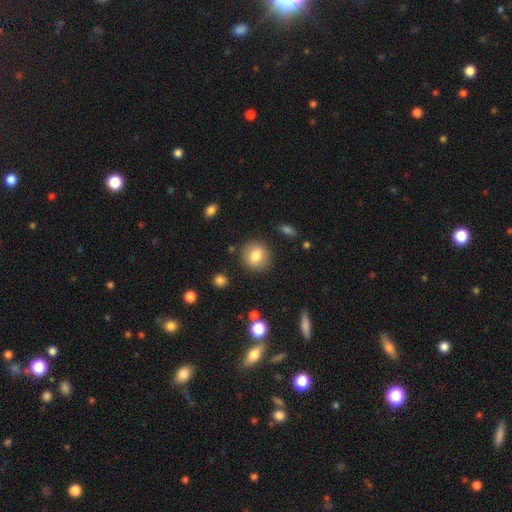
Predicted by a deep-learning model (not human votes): A smooth galaxy with no disk features (80%) that is round (78%).

Vote fractions:
- Smooth or featured? smooth: 80% / featured or disk: 11% / star or artifact: 9%
- How rounded? round: 78% / in between: 21% / cigar-shaped: 1%
- Merging? none: 86% / minor disturbance: 9% / major disturbance: 3% / merger: 2%